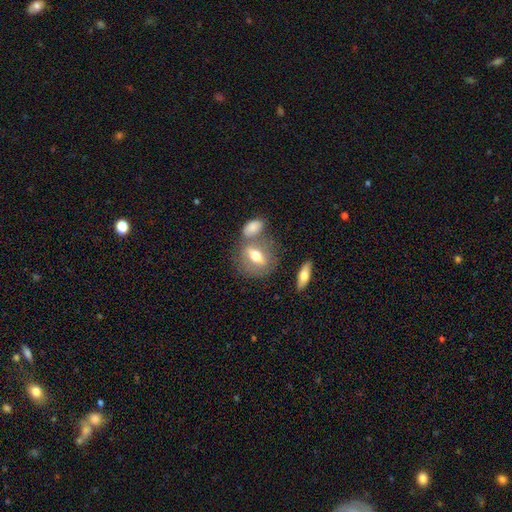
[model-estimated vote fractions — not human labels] smooth-or-featured: smooth: 52% | featured or disk: 40% | star or artifact: 8%
  how-rounded: in between: 67% | round: 21% | cigar-shaped: 12%
  merging: none: 53% | merger: 26% | minor disturbance: 14% | major disturbance: 7%